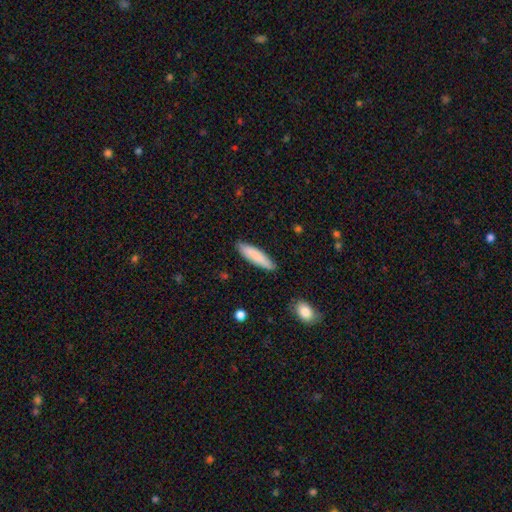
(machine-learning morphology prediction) Smooth or featured? Predicted: smooth (p=0.85). How rounded? Predicted: cigar-shaped (p=0.73). Merging? Predicted: none (p=0.86).